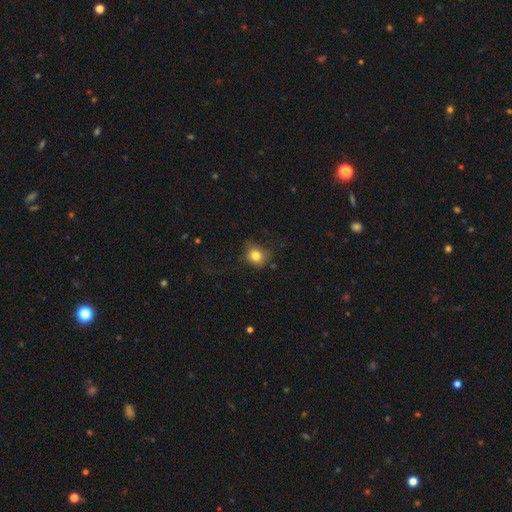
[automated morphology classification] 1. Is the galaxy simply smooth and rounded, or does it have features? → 79% smooth, 12% star or artifact, 9% featured or disk.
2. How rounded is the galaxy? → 68% round, 31% in between, 1% cigar-shaped.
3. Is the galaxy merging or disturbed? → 68% none, 21% minor disturbance, 9% major disturbance, 2% merger.